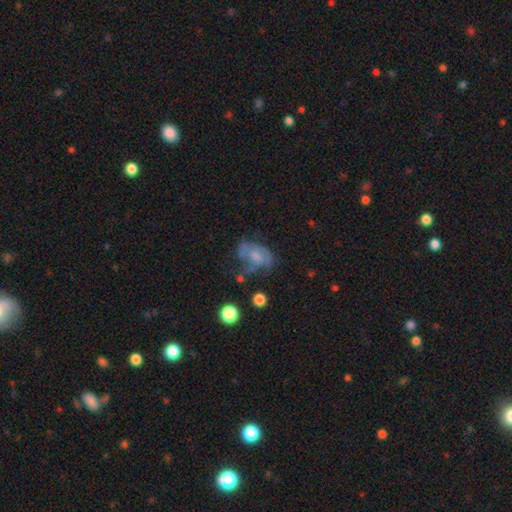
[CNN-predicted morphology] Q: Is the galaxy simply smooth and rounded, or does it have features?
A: featured or disk — 52%.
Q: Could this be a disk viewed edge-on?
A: no — 96%.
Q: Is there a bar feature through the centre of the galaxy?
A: no — 68%.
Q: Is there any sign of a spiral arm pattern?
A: no — 50%, tied with yes.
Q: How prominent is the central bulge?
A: small — 33%, tied with moderate.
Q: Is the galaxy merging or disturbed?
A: major disturbance — 34%.